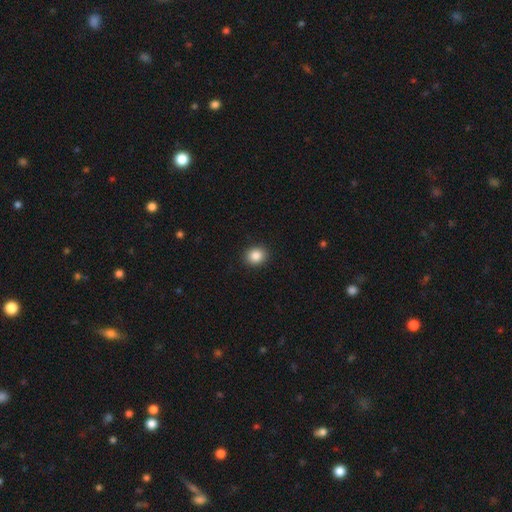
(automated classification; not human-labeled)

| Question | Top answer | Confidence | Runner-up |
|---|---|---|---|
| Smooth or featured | smooth | 86% | star or artifact (9%) |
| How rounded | round | 65% | in between (34%) |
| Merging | none | 91% | minor disturbance (6%) |